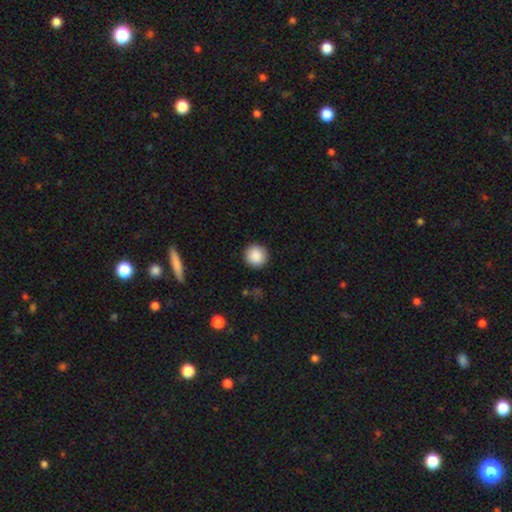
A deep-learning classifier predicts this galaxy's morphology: Overall: smooth (89%). How rounded: round (95%). Merging: none (92%).